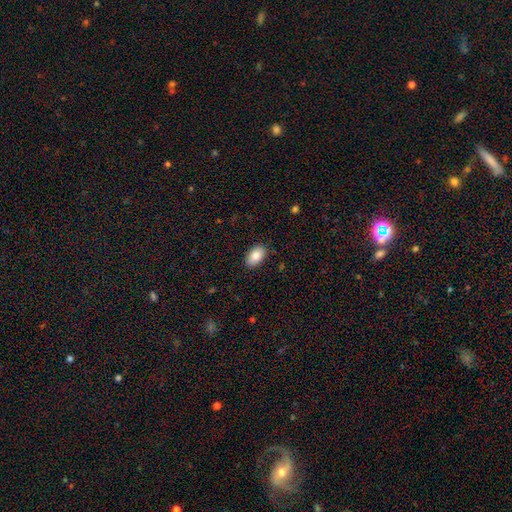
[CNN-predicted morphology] A smooth galaxy with no disk features (88%) that is in between round and cigar-shaped (94%).

Vote fractions:
- Smooth or featured? smooth: 88% / star or artifact: 7% / featured or disk: 6%
- How rounded? in between: 94% / round: 5% / cigar-shaped: 1%
- Merging? none: 88% / minor disturbance: 9% / major disturbance: 2% / merger: 1%